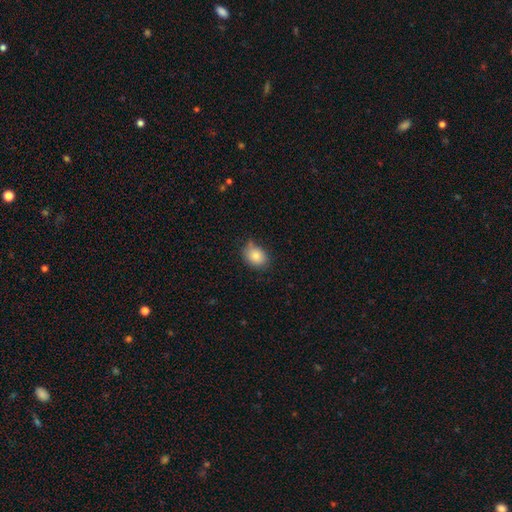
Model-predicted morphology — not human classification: The model was most divided on "how rounded": in between: 63%, round: 36%, cigar-shaped: 1%. More confident: smooth or featured — smooth (84%); merging — none (70%).